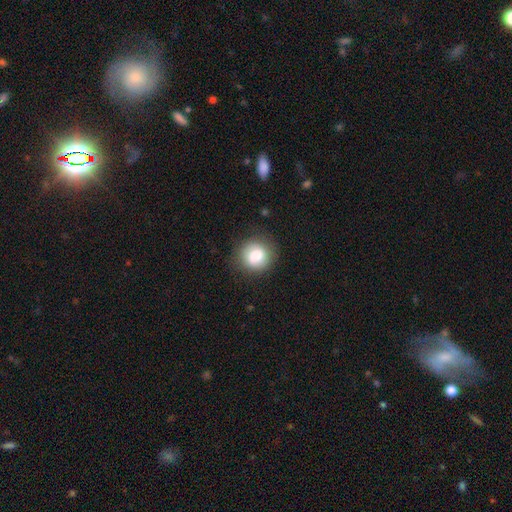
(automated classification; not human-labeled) Overall: smooth (79%). How rounded: round (85%). Merging: none (80%).